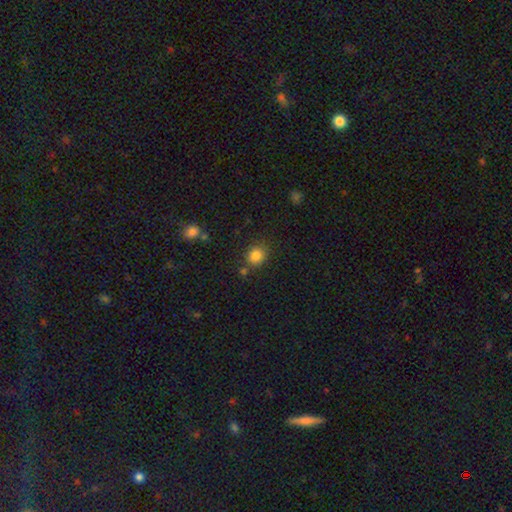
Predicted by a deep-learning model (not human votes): Smooth or featured: smooth — 83% (star or artifact — 11%)
How rounded: round — 76% (in between — 23%)
Merging: none — 78% (minor disturbance — 11%)